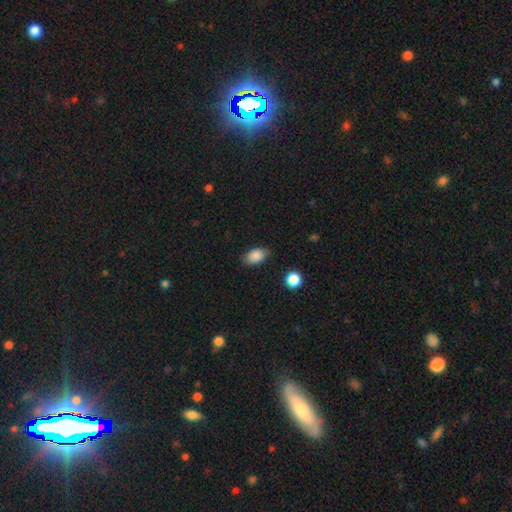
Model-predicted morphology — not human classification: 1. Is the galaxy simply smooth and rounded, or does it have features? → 87% smooth, 8% star or artifact, 5% featured or disk.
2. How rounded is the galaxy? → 86% in between, 13% round, 2% cigar-shaped.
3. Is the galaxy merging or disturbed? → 80% none, 15% minor disturbance, 3% major disturbance, 2% merger.